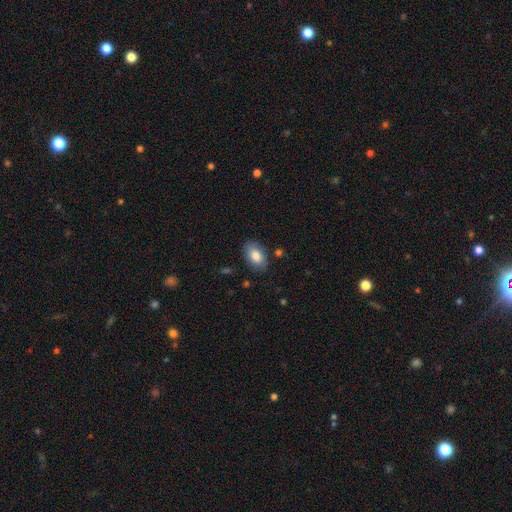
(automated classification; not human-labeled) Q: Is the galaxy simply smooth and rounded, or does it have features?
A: smooth — 81%.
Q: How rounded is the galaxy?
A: in between — 90%.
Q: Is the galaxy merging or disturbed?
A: none — 81%.